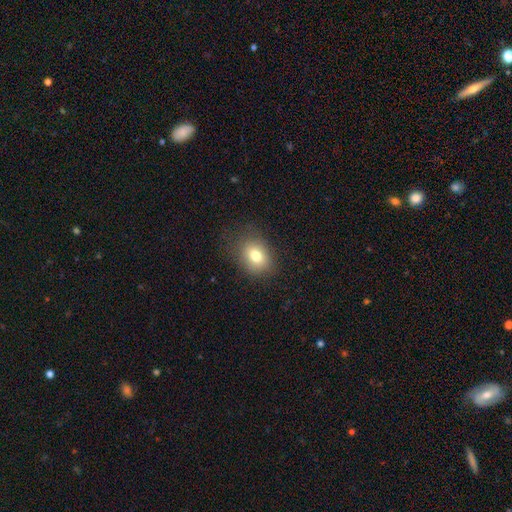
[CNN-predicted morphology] smooth_or_featured: smooth (p=0.77) [alt: star or artifact p=0.12]
how_rounded: in between (p=0.60) [alt: round p=0.39]
merging: none (p=0.78) [alt: minor disturbance p=0.15]